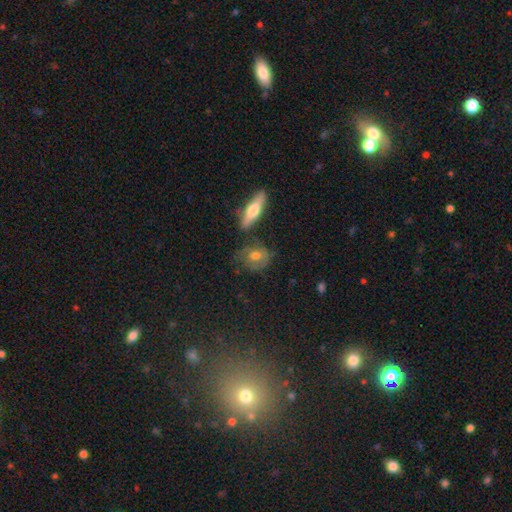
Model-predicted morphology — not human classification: Smooth or featured? smooth (51%)
How rounded? in between (49%)
Merging? none (65%)